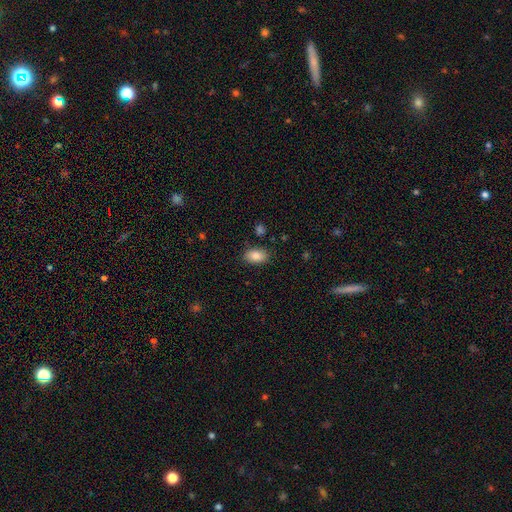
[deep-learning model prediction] Morphology: type=smooth (84%); roundness=in between (89%); merging=none (86%).